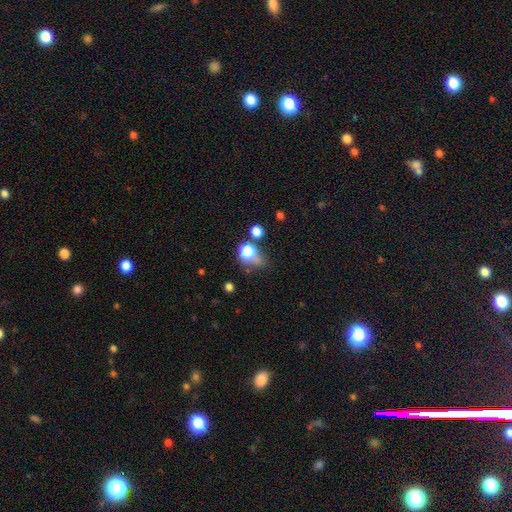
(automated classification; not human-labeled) smooth-or-featured: smooth: 70% | star or artifact: 21% | featured or disk: 10%
  how-rounded: round: 67% | in between: 31% | cigar-shaped: 2%
  merging: none: 47% | minor disturbance: 20% | major disturbance: 17% | merger: 16%